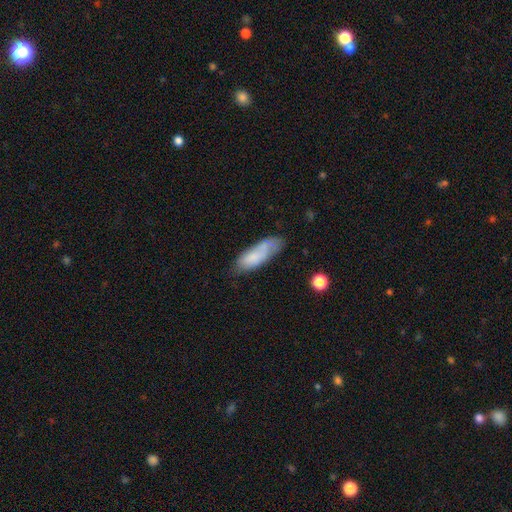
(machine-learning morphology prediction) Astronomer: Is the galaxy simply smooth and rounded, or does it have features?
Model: smooth — 71%.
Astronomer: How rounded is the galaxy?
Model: in between — 64%.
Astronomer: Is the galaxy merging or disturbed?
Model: none — 56%.